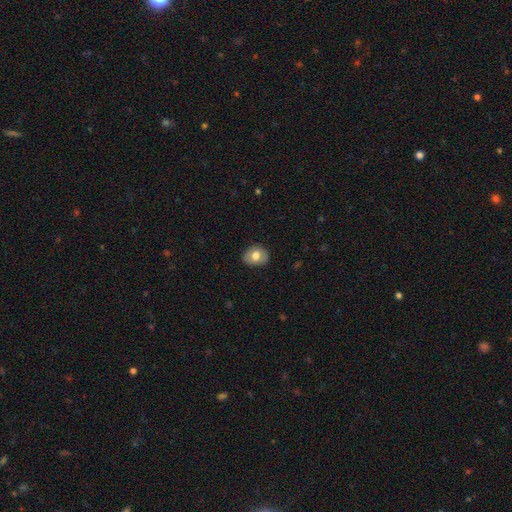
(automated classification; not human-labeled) Q: Smooth or featured?
A: smooth (69%); runner-up: featured or disk (24%)
Q: How rounded?
A: round (50%); runner-up: in between (49%)
Q: Merging?
A: none (83%); runner-up: minor disturbance (13%)